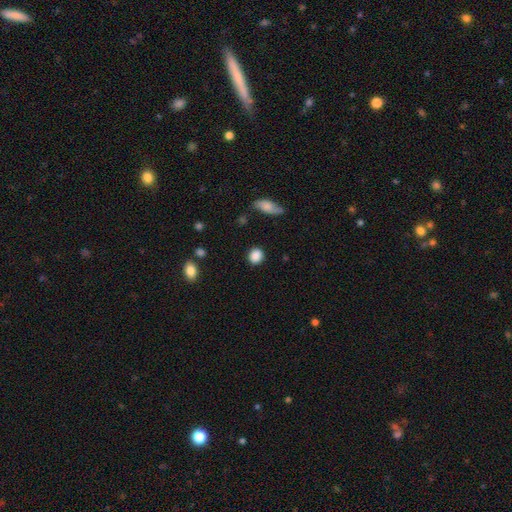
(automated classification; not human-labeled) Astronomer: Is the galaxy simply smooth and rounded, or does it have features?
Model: smooth — 87%.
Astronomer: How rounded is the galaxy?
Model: round — 76%.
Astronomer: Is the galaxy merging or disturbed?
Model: none — 85%.